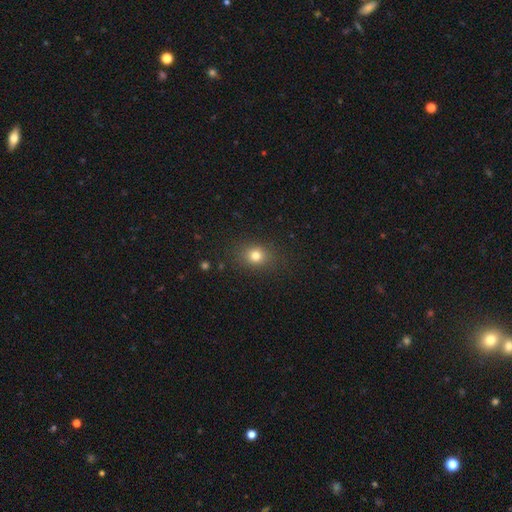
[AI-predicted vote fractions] Q: Smooth or featured?
A: smooth (78%); runner-up: star or artifact (14%)
Q: How rounded?
A: round (61%); runner-up: in between (38%)
Q: Merging?
A: none (85%); runner-up: minor disturbance (10%)